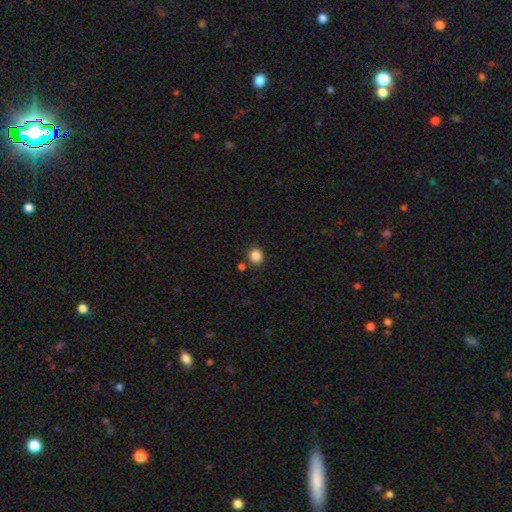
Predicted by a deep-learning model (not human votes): Smooth or featured? Predicted: smooth (p=0.85). How rounded? Predicted: round (p=0.83). Merging? Predicted: none (p=0.83).